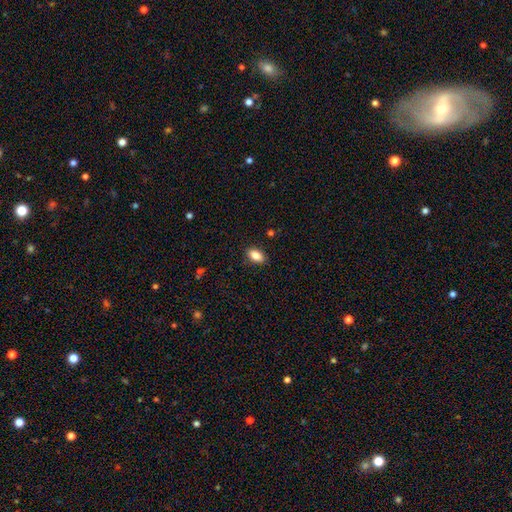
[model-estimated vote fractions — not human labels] Smooth or featured? Predicted: smooth (p=0.85). How rounded? Predicted: in between (p=0.90). Merging? Predicted: none (p=0.88).